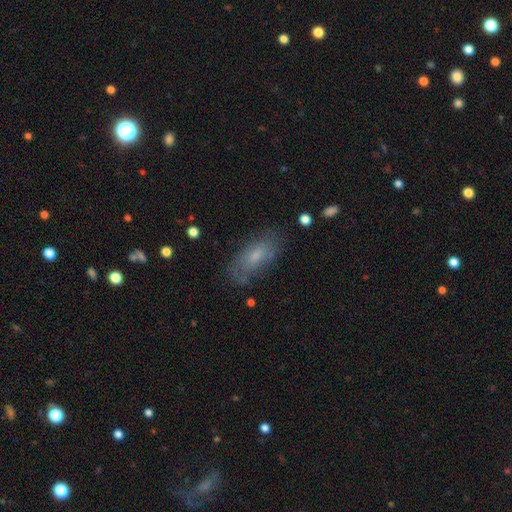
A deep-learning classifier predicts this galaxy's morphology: Smooth or featured? Predicted: smooth (p=0.59). How rounded? Predicted: in between (p=0.81). Merging? Predicted: none (p=0.70).